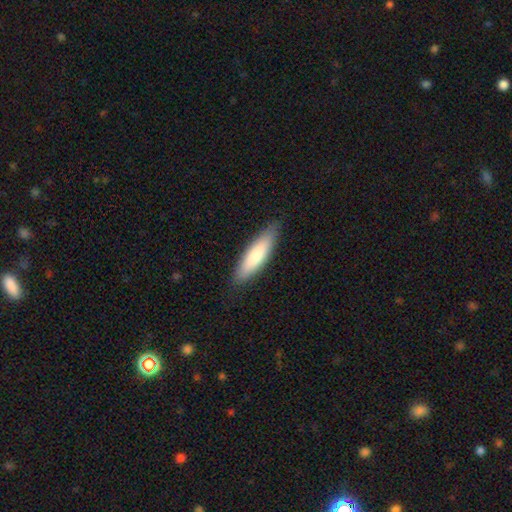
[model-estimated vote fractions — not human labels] smooth-or-featured: smooth: 81% | featured or disk: 14% | star or artifact: 5%
  how-rounded: cigar-shaped: 66% | in between: 33% | round: 1%
  merging: none: 86% | minor disturbance: 11% | major disturbance: 2% | merger: 1%